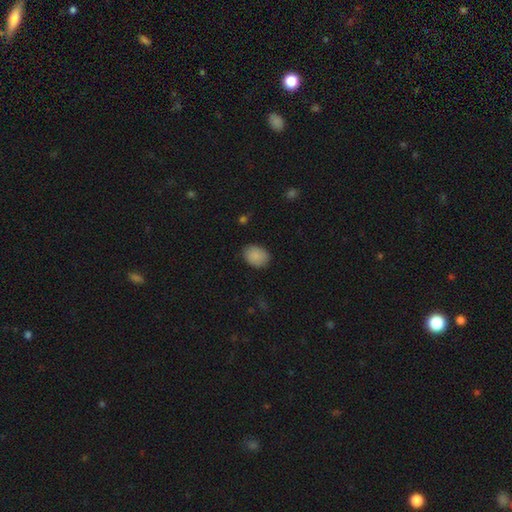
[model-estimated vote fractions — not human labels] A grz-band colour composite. It shows a smooth galaxy with no disk features (89%) that is in between round and cigar-shaped (64%). Merging: none (83%).